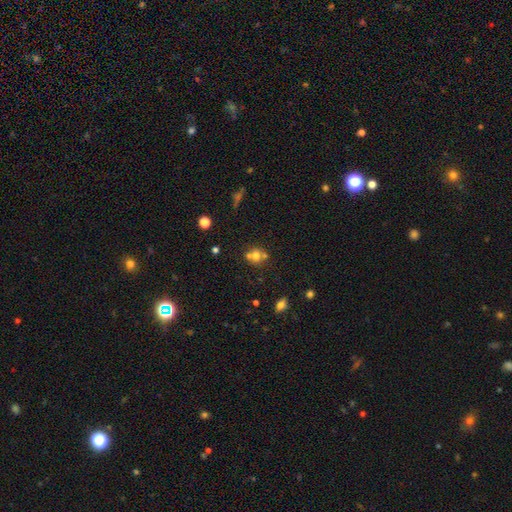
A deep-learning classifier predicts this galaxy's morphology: smooth_or_featured: smooth (p=0.63) [alt: featured or disk p=0.20]
how_rounded: round (p=0.79) [alt: in between p=0.20]
merging: none (p=0.45) [alt: merger p=0.44]